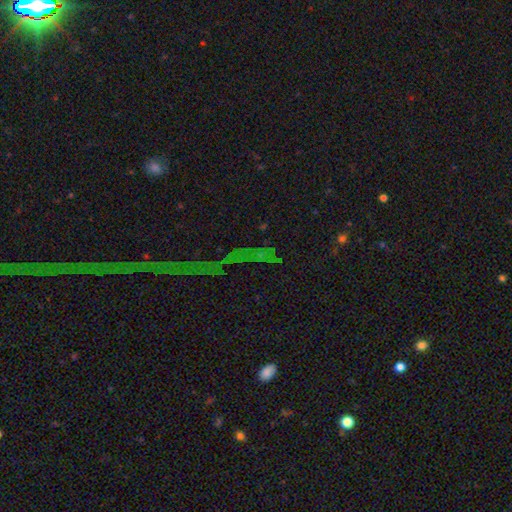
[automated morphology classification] This appears to be a star or artifact, not a galaxy (81%).